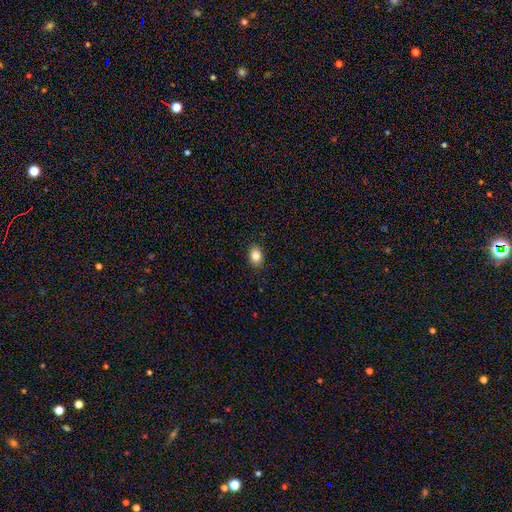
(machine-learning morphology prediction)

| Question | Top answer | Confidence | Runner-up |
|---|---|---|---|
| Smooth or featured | smooth | 84% | star or artifact (9%) |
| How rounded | in between | 62% | round (37%) |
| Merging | none | 90% | minor disturbance (7%) |